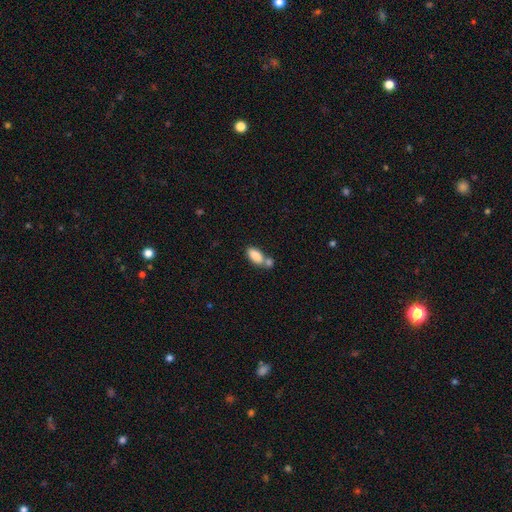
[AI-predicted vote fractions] smooth_or_featured: smooth (p=0.85) [alt: featured or disk p=0.08]
how_rounded: in between (p=0.91) [alt: cigar-shaped p=0.06]
merging: merger (p=0.44) [alt: none p=0.41]